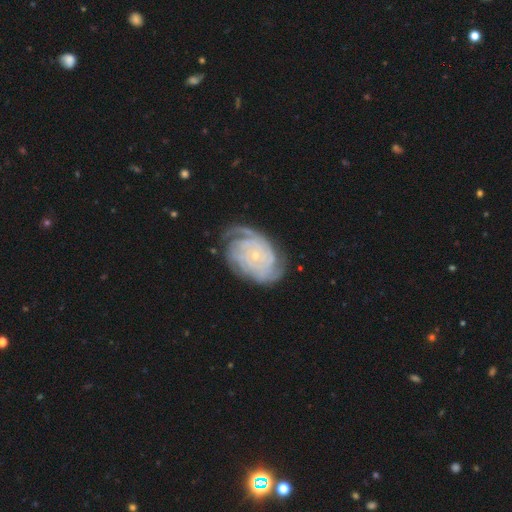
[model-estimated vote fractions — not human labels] Smooth or featured?
  - featured or disk: 86% *
  - smooth: 9%
  - star or artifact: 5%
Edge-on disk?
  - no: 97% *
  - yes: 3%
Bar?
  - no: 81% *
  - weak: 15%
  - strong: 4%
Spiral arms?
  - yes: 96% *
  - no: 4%
Spiral winding?
  - tight: 76% *
  - medium: 19%
  - loose: 5%
Spiral arm count?
  - can't tell: 32% *
  - 4: 18%
  - 3: 17%
  - 2: 16%
  - more than 4: 10%
  - 1: 7%
Bulge size?
  - small: 85% *
  - moderate: 11%
  - none: 2%
  - large: 1%
  - dominant: 1%
Merging?
  - none: 68% *
  - minor disturbance: 21%
  - major disturbance: 9%
  - merger: 2%